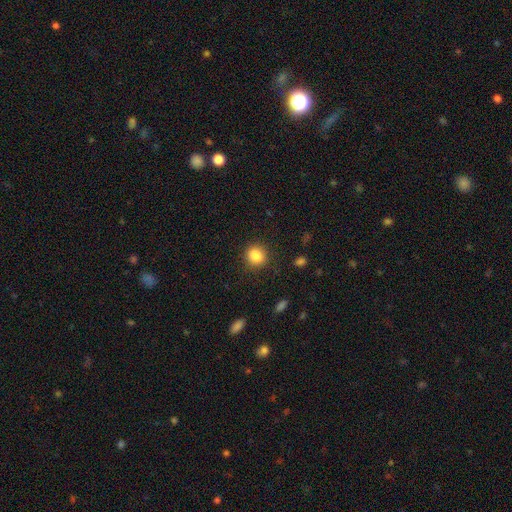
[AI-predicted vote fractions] Smooth or featured: smooth — 85% (star or artifact — 10%)
How rounded: round — 68% (in between — 31%)
Merging: none — 84% (minor disturbance — 11%)